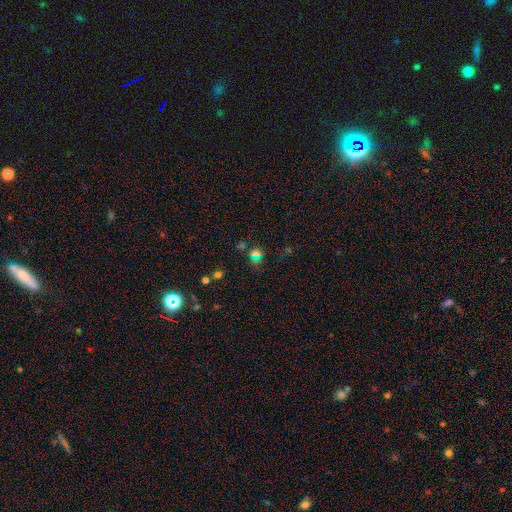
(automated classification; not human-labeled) Q: Smooth or featured?
A: smooth (53%); runner-up: star or artifact (37%)
Q: How rounded?
A: round (66%); runner-up: in between (32%)
Q: Merging?
A: none (64%); runner-up: minor disturbance (14%)